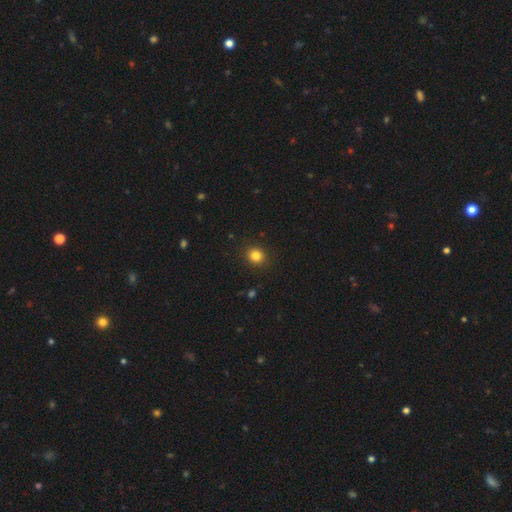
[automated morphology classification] Smooth or featured? smooth (83%)
How rounded? round (83%)
Merging? none (91%)